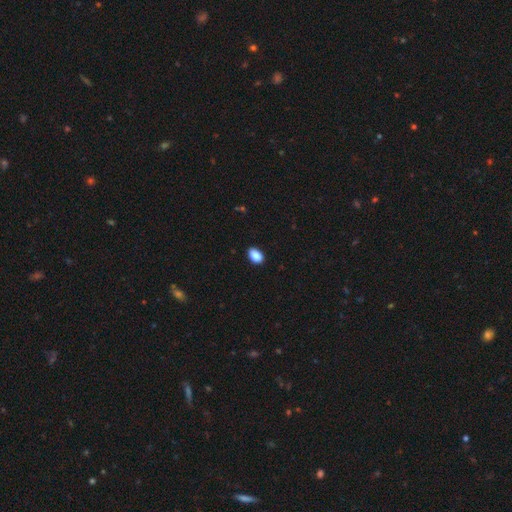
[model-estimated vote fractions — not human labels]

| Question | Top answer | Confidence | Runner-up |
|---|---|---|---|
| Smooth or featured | smooth | 89% | star or artifact (8%) |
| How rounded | in between | 89% | round (9%) |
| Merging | none | 87% | minor disturbance (10%) |